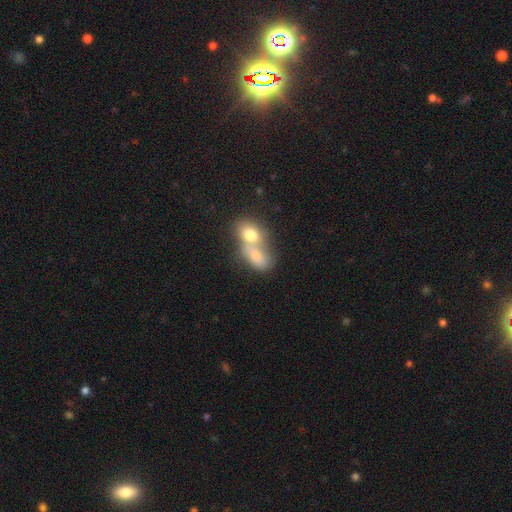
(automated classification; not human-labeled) This appears to be a smooth galaxy with no disk features (73%) that is in between round and cigar-shaped (74%). Merging: merger (76%).